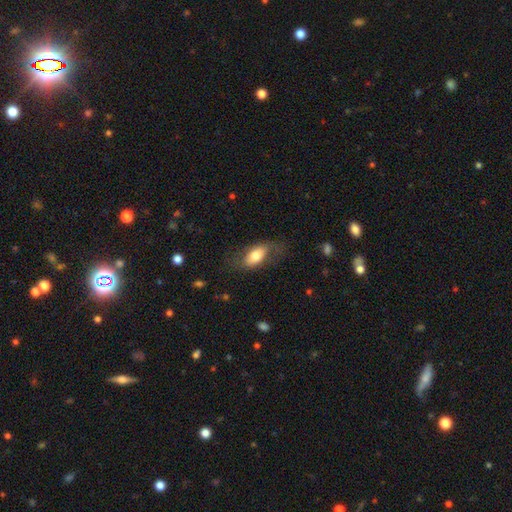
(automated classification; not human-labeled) This is likely a smooth galaxy (68%). How rounded: clearly in between (88%). Merging: likely none (62%).